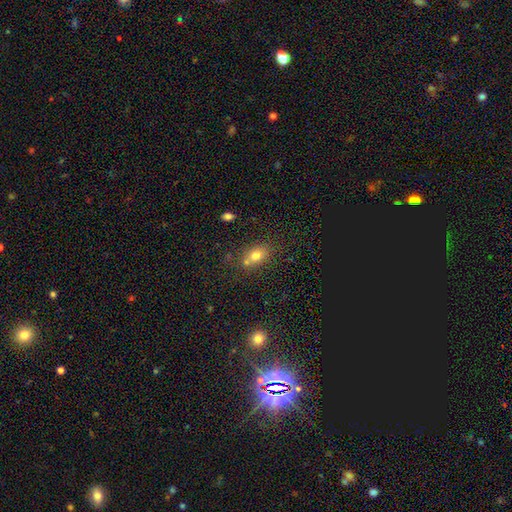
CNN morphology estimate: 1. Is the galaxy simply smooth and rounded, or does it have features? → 73% smooth, 14% star or artifact, 13% featured or disk.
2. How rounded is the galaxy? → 66% in between, 32% round, 2% cigar-shaped.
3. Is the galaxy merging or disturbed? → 57% none, 24% merger, 14% minor disturbance, 4% major disturbance.